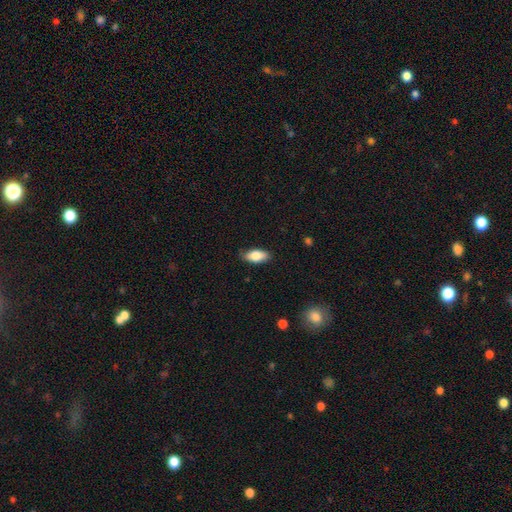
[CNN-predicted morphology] Q: Smooth or featured?
A: smooth (82%); runner-up: featured or disk (12%)
Q: How rounded?
A: in between (88%); runner-up: cigar-shaped (9%)
Q: Merging?
A: none (81%); runner-up: minor disturbance (15%)